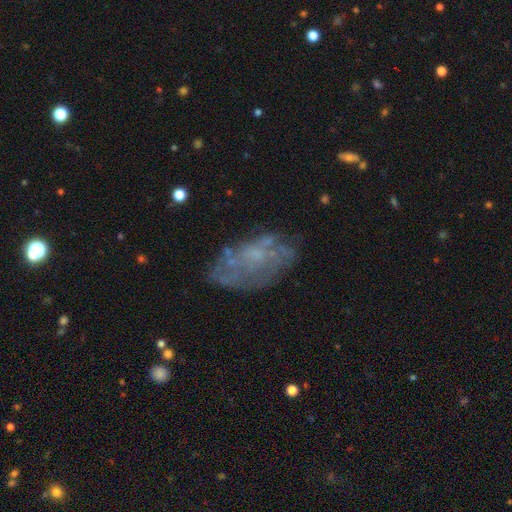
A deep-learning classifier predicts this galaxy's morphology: Overall: featured or disk (59%; smooth 30%). Edge-on disk: no (94%). Bar: no (81%). Spiral arms: no (57%; yes 43%). Bulge size: none (42%; small 40%). Merging: none (64%).